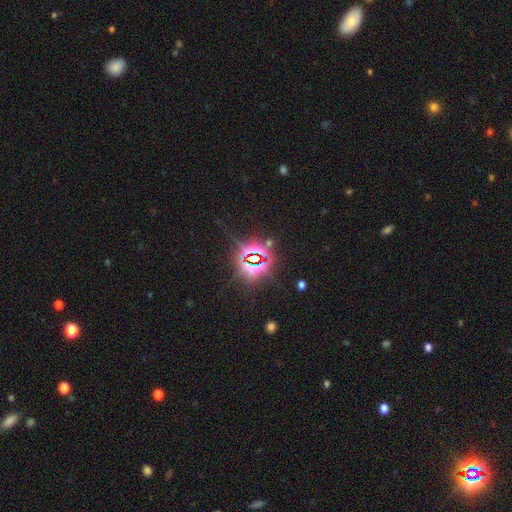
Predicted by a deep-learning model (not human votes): This is clearly a star or artifact rather than a galaxy (84%).